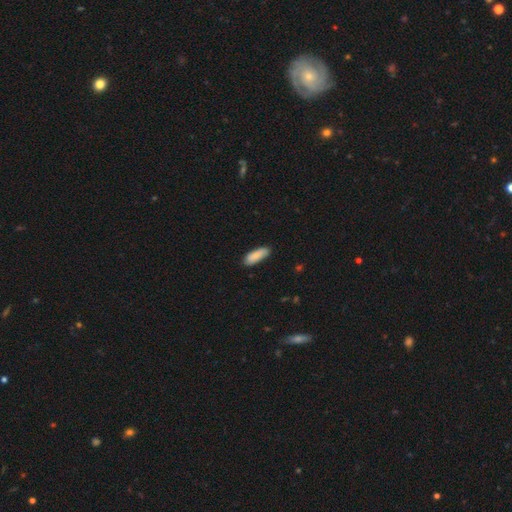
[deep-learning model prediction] A smooth galaxy with no disk features (88%) that is in between round and cigar-shaped (62%).

Vote fractions:
- Smooth or featured? smooth: 88% / featured or disk: 6% / star or artifact: 6%
- How rounded? in between: 62% / cigar-shaped: 36% / round: 2%
- Merging? none: 82% / minor disturbance: 15% / major disturbance: 2% / merger: 1%